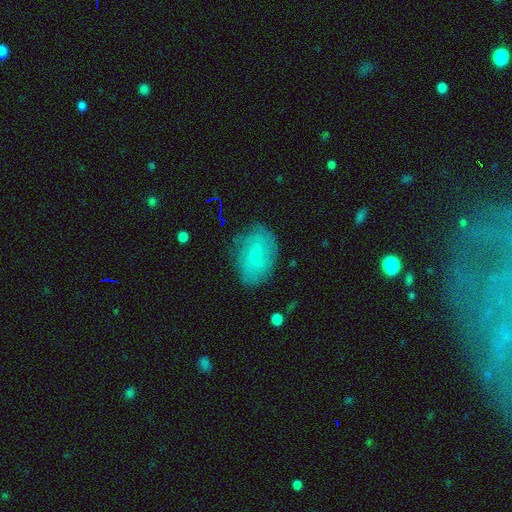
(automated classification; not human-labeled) Overall: smooth (56%; featured or disk 35%). How rounded: in between (81%). Merging: none (74%).